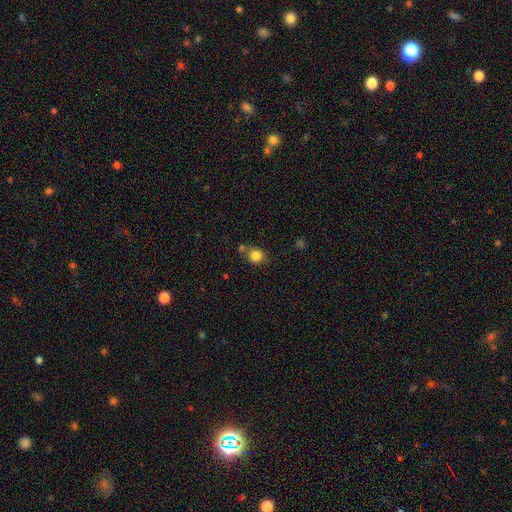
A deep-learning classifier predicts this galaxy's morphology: smooth 84%, star or artifact 11%, featured or disk 6%. Down the decision tree: how rounded — round (85%); merging — none (63%).